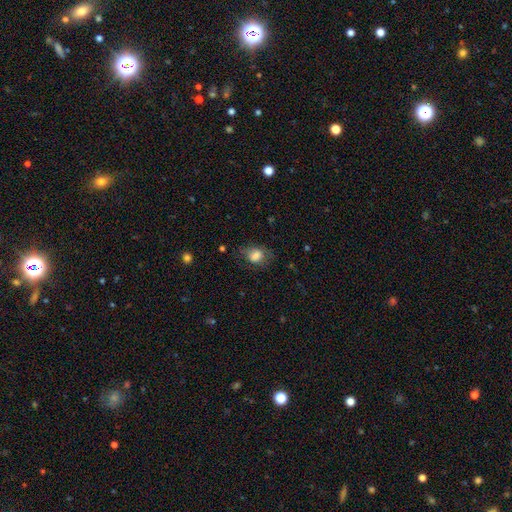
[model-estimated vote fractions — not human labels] Smooth or featured?
  - smooth: 75% *
  - featured or disk: 15%
  - star or artifact: 9%
How rounded?
  - in between: 70% *
  - round: 28%
  - cigar-shaped: 2%
Merging?
  - none: 59% *
  - minor disturbance: 25%
  - major disturbance: 14%
  - merger: 2%